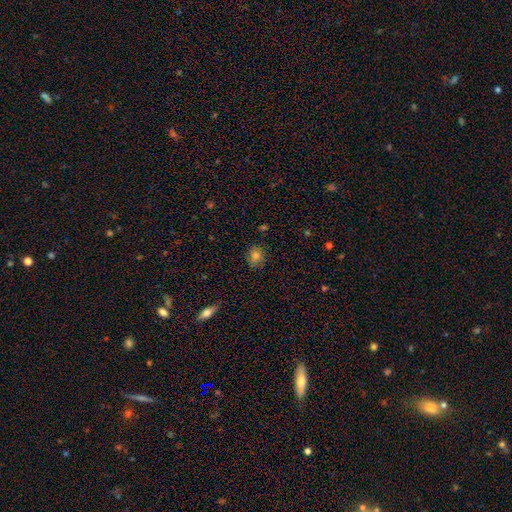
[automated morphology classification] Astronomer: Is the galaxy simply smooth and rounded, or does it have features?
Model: smooth — 78%.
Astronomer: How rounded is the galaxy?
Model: round — 63%.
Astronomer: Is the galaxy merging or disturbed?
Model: none — 82%.